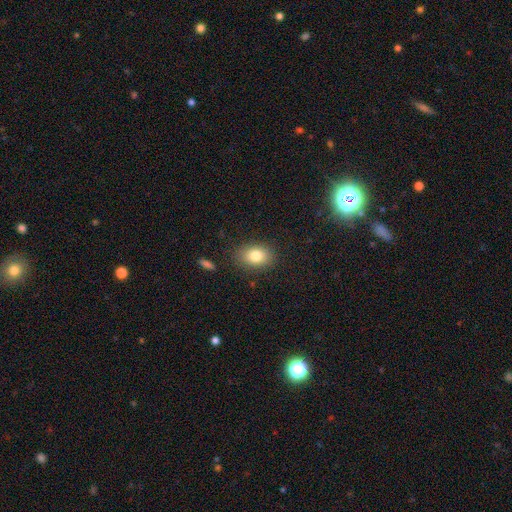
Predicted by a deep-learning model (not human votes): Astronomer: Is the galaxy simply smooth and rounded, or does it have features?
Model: smooth — 81%.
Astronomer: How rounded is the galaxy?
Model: in between — 75%.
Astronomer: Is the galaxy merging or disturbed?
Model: none — 85%.